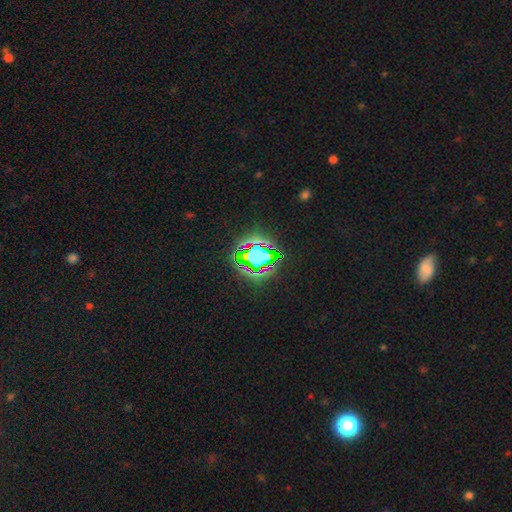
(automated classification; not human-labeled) Smooth or featured?
  - star or artifact: 65% *
  - smooth: 21%
  - featured or disk: 14%